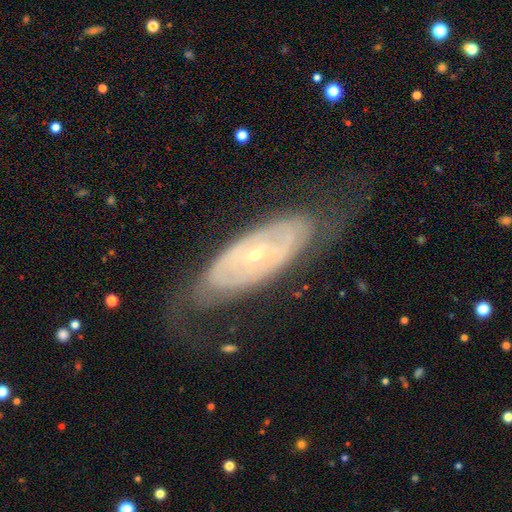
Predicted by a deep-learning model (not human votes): The model was most divided on "spiral arms": no: 51%, yes: 49%. More confident: edge-on disk — no (84%); bar — no (77%); smooth or featured — featured or disk (76%); bulge size — small (66%); merging — none (61%).